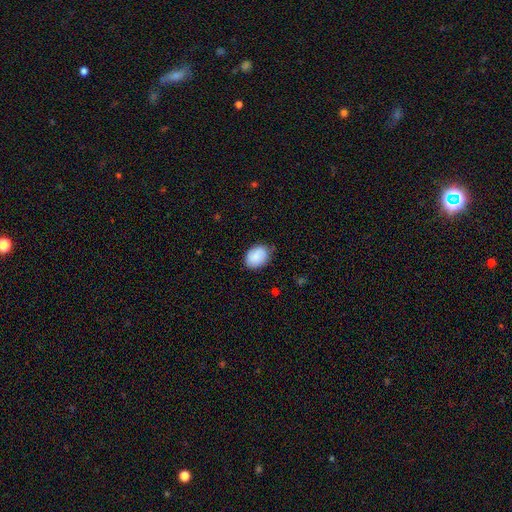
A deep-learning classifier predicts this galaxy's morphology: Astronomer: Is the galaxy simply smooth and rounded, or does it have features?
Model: smooth — 86%.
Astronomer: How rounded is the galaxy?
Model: in between — 72%.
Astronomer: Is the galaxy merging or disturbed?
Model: none — 77%.